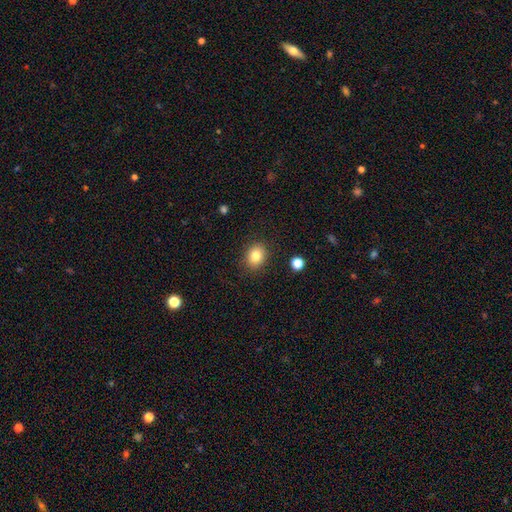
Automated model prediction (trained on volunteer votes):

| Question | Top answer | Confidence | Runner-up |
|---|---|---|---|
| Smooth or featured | smooth | 83% | star or artifact (10%) |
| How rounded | round | 54% | in between (45%) |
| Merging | none | 87% | minor disturbance (9%) |